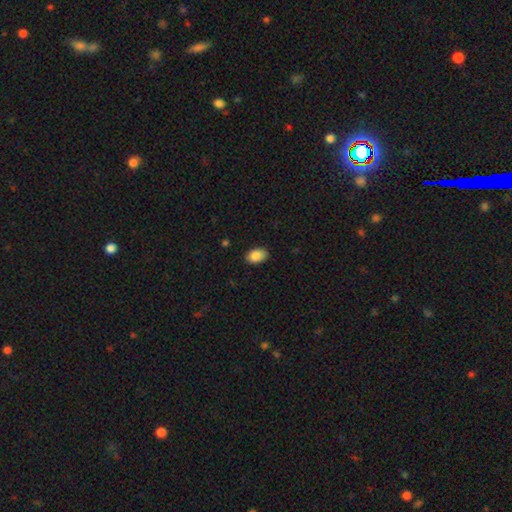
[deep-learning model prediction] Smooth or featured? smooth (87%)
How rounded? in between (88%)
Merging? none (86%)